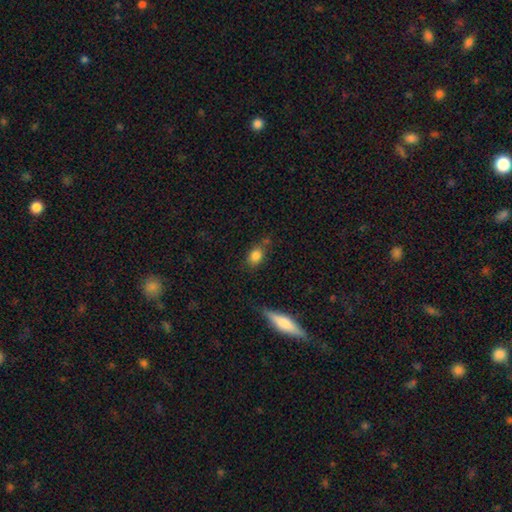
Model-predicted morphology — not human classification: type=smooth (83%); roundness=in between (65%); merging=none (67%).